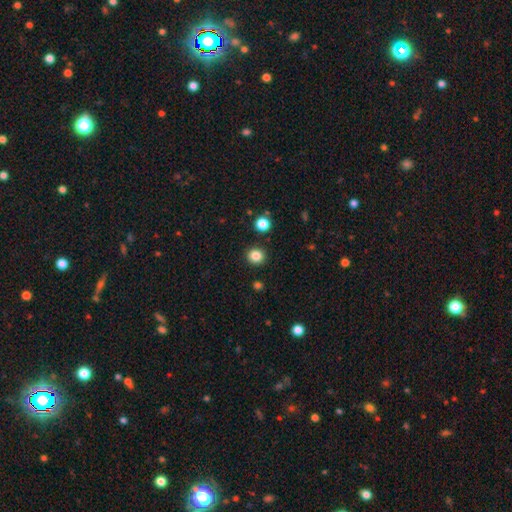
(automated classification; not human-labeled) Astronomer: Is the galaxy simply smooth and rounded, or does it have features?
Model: smooth — 84%.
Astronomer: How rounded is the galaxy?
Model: round — 90%.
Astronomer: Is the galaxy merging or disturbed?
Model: none — 91%.